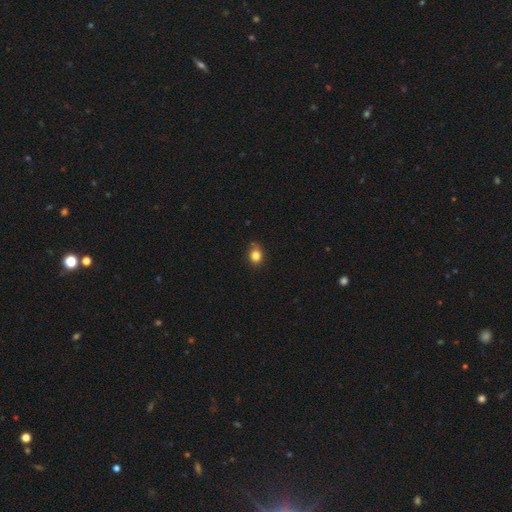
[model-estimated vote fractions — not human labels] Smooth or featured?
  - smooth: 82% *
  - star or artifact: 11%
  - featured or disk: 6%
How rounded?
  - round: 61% *
  - in between: 38%
  - cigar-shaped: 1%
Merging?
  - none: 70% *
  - minor disturbance: 24%
  - major disturbance: 4%
  - merger: 2%